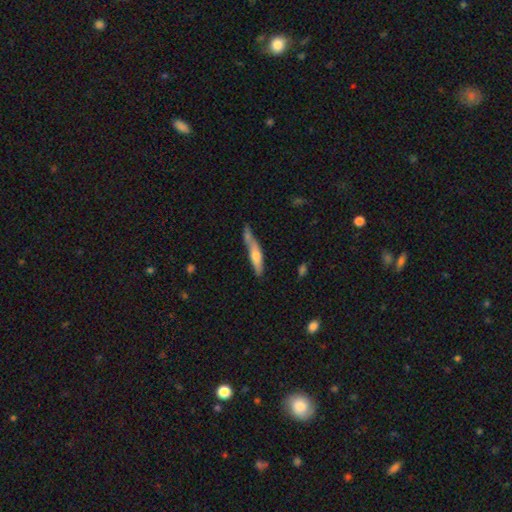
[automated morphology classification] The model was most divided on "smooth or featured": smooth: 56%, featured or disk: 39%, star or artifact: 6%. Remaining: how rounded — cigar-shaped (84%); merging — none (47%).